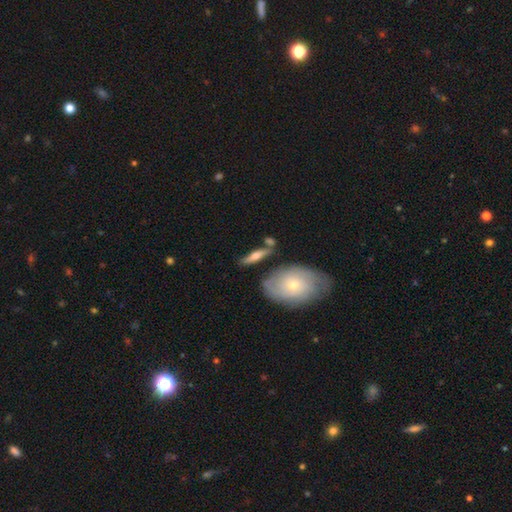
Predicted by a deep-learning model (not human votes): A featured or disk galaxy (48%). Merging: none (72%).